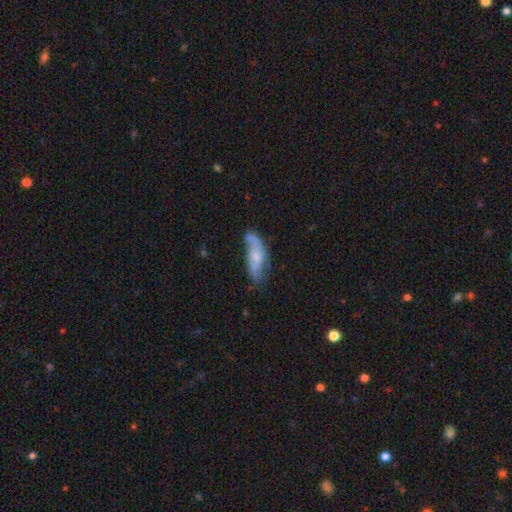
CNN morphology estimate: type=smooth (48%); merging=none (46%).